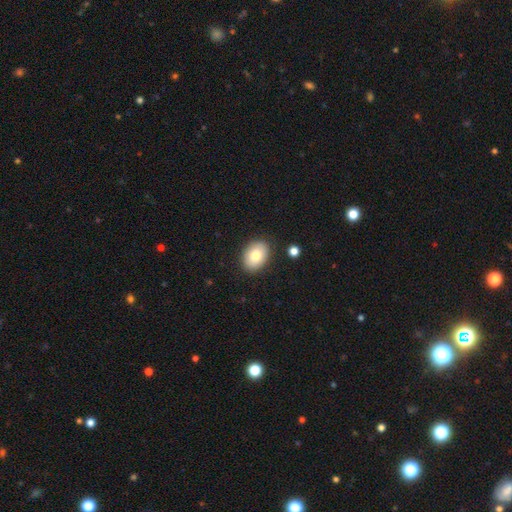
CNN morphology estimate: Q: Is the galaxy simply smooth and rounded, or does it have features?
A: smooth — 80%.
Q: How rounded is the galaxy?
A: in between — 79%.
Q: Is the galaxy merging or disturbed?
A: none — 87%.